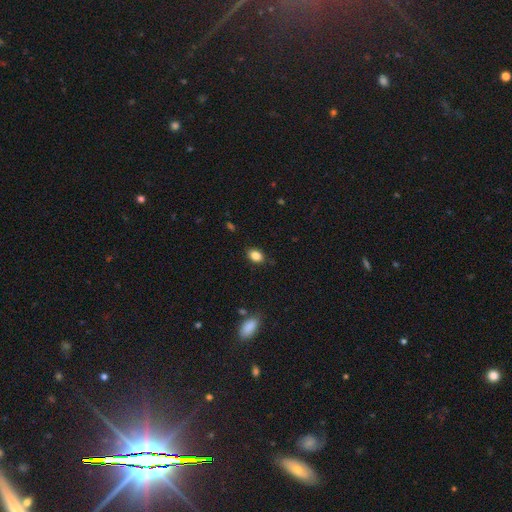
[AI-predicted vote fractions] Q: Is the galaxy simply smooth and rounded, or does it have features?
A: smooth — 85%.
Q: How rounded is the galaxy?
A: in between — 75%.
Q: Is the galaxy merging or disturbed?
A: none — 86%.